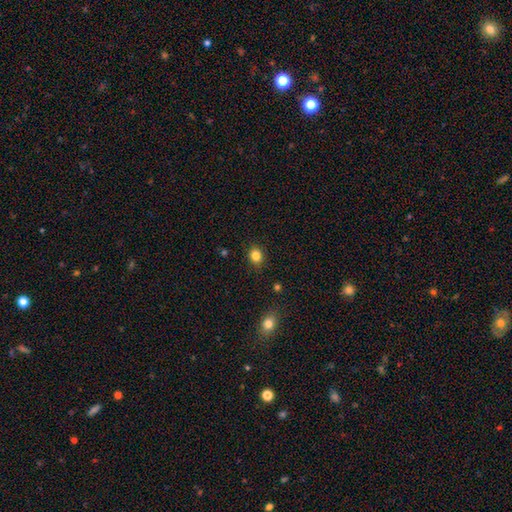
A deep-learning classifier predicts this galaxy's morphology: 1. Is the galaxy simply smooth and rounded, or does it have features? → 84% smooth, 11% star or artifact, 5% featured or disk.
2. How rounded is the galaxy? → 64% round, 35% in between, 1% cigar-shaped.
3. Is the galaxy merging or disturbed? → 87% none, 9% minor disturbance, 2% major disturbance, 1% merger.